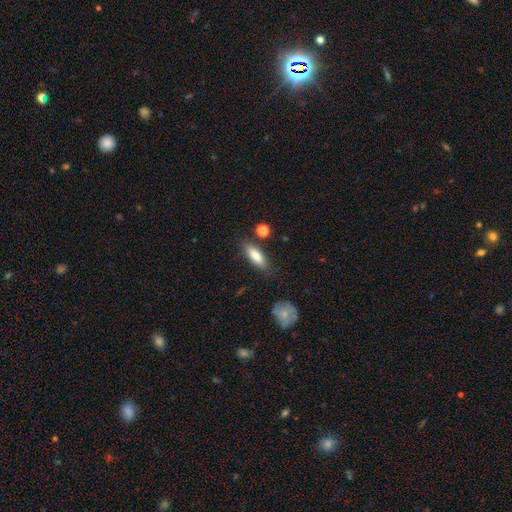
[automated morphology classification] type=smooth (79%); roundness=in between (60%); merging=none (80%).